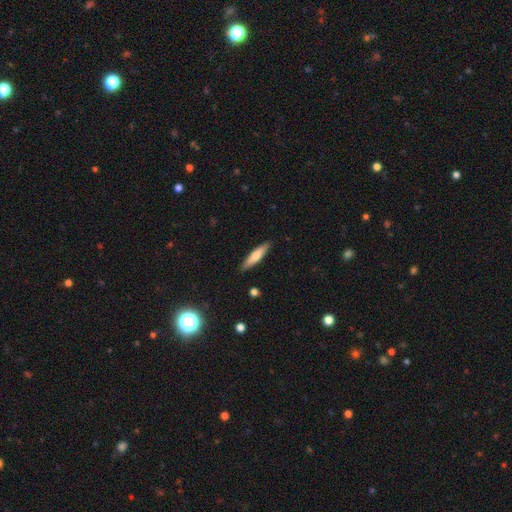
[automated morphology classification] This is likely a smooth galaxy (68%). How rounded: clearly cigar-shaped (81%). Merging: clearly none (89%).